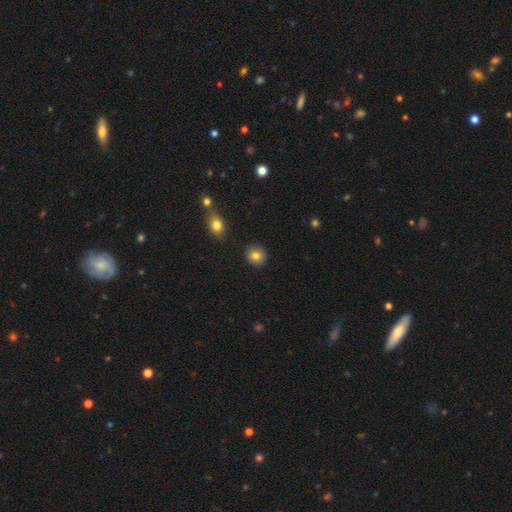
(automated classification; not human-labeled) Morphology: type=smooth (84%); roundness=round (85%); merging=none (90%).